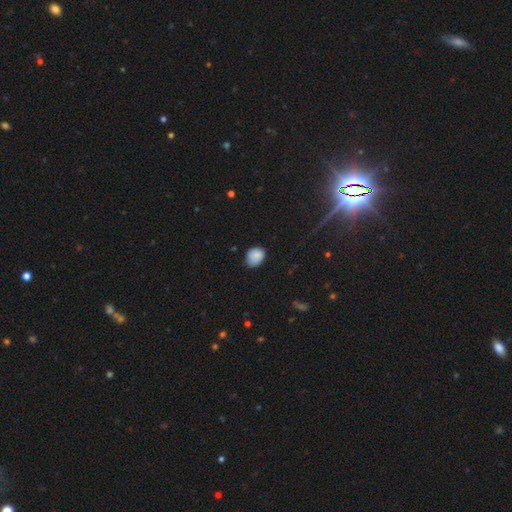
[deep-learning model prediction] Smooth or featured? Predicted: smooth (p=0.83). How rounded? Predicted: round (p=0.55). Merging? Predicted: none (p=0.66).